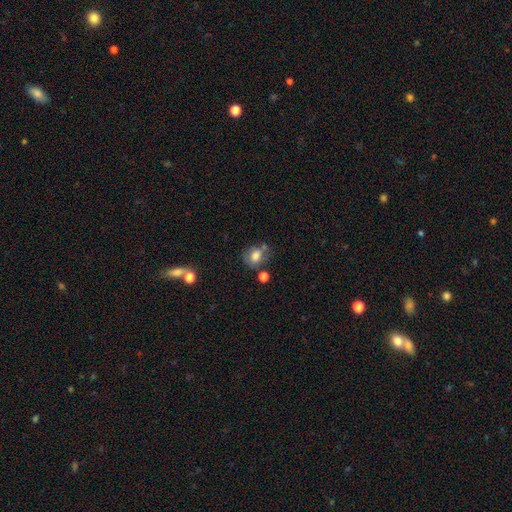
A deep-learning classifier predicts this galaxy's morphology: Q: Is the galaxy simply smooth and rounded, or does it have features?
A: smooth — 73%.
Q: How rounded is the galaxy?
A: in between — 50%.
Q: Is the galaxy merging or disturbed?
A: none — 49%.